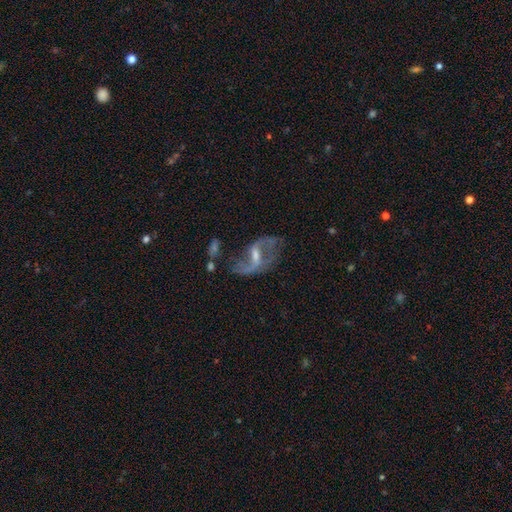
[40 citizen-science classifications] Q: Smooth or featured?
A: featured or disk (80%); runner-up: smooth (12%)
Q: Edge-on disk?
A: no (91%); runner-up: yes (9%)
Q: Bar?
A: weak (66%); runner-up: strong (21%)
Q: Spiral arms?
A: yes (90%); runner-up: no (10%)
Q: Spiral winding?
A: loose (58%); runner-up: medium (38%)
Q: Spiral arm count?
A: 2 (88%); runner-up: 1 (4%)
Q: Bulge size?
A: moderate (59%); runner-up: small (34%)
Q: Merging?
A: none (59%); runner-up: minor disturbance (19%)